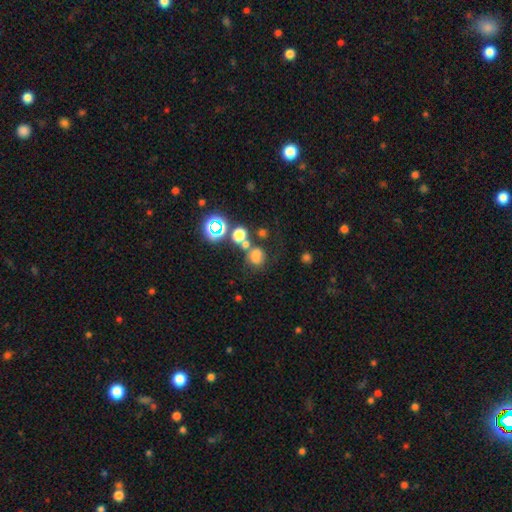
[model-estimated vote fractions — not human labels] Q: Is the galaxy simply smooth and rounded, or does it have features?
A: smooth — 66%.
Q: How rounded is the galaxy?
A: round — 66%.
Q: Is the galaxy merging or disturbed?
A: none — 50%.